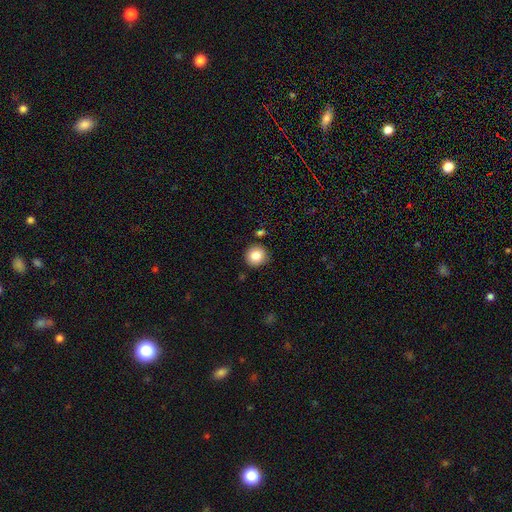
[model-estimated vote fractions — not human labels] smooth-or-featured: smooth: 84% | star or artifact: 9% | featured or disk: 7%
  how-rounded: round: 92% | in between: 7% | cigar-shaped: 1%
  merging: none: 86% | minor disturbance: 9% | merger: 3% | major disturbance: 2%